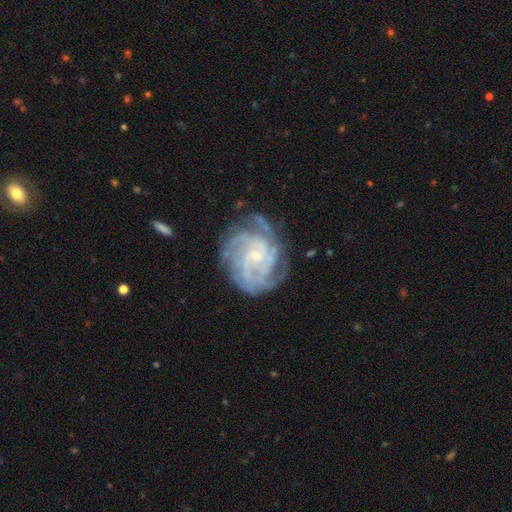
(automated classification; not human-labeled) featured or disk 89%, star or artifact 6%, smooth 5%. Down the decision tree: edge-on disk — no (98%); bar — no (63%); spiral arms — yes (98%); spiral arm count — 4 (30%); spiral winding — tight (71%); bulge size — small (80%); merging — none (73%).